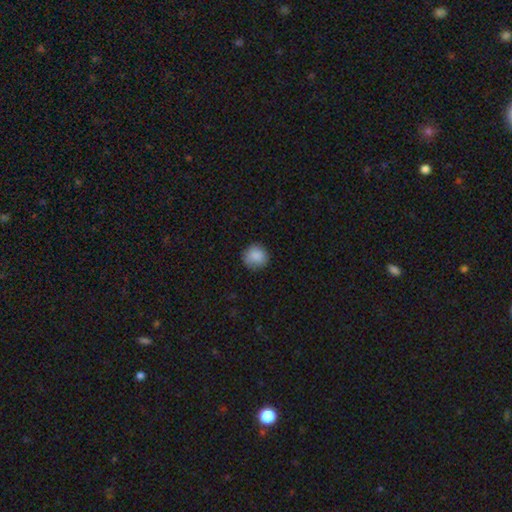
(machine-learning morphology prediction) A smooth galaxy with no disk features (88%) that is round (90%).

Vote fractions:
- Smooth or featured? smooth: 88% / star or artifact: 8% / featured or disk: 4%
- How rounded? round: 90% / in between: 9% / cigar-shaped: 1%
- Merging? none: 82% / minor disturbance: 14% / major disturbance: 3% / merger: 1%